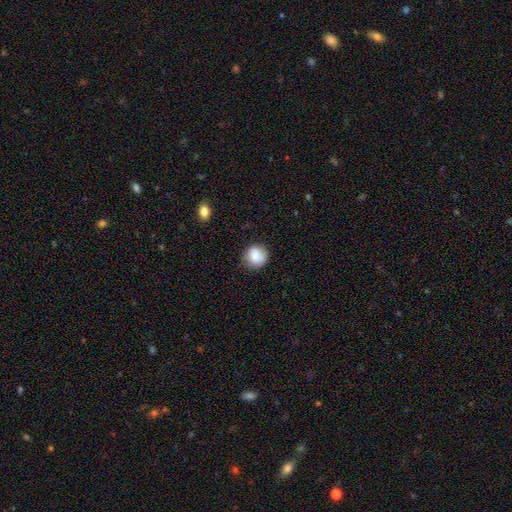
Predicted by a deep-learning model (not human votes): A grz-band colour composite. It shows a smooth galaxy with no disk features (85%) that is round (87%). Merging: none (79%).